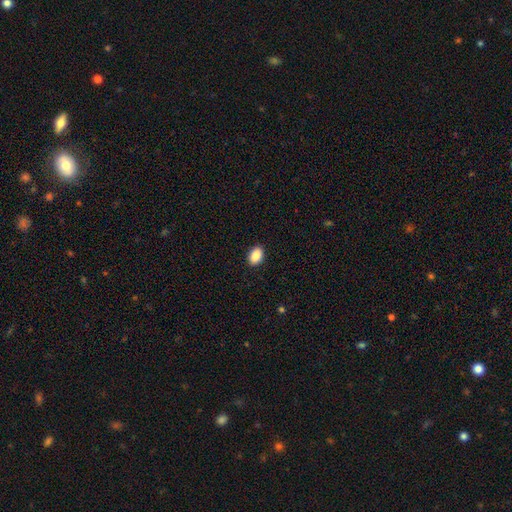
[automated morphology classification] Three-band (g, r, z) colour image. It shows a smooth galaxy with no disk features (90%) that is in between round and cigar-shaped (86%). Merging: none (91%).